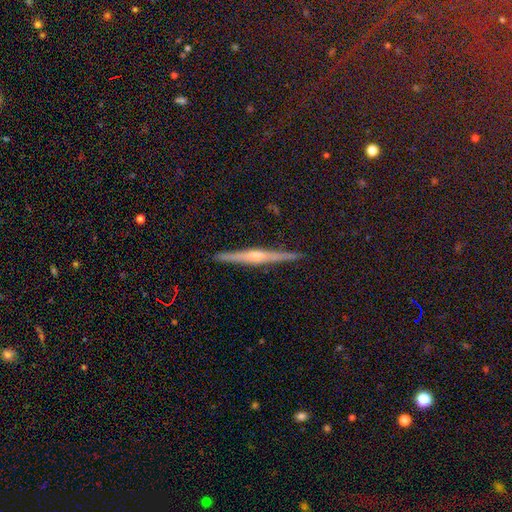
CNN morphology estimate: smooth_or_featured: featured or disk (p=0.74) [alt: smooth p=0.16]
disk_edge_on: yes (p=0.98) [alt: no p=0.02]
edge_on_bulge: rounded (p=0.76) [alt: none p=0.13]
merging: none (p=0.92) [alt: minor disturbance p=0.06]